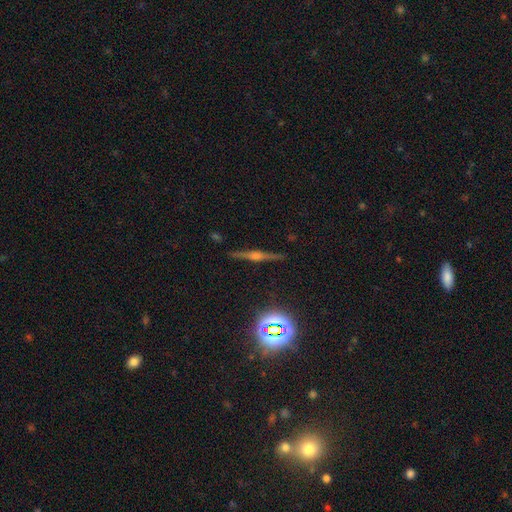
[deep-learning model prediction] Smooth or featured? Predicted: featured or disk (p=0.74). Edge-on disk? Predicted: yes (p=0.97). Edge-on bulge? Predicted: rounded (p=0.78). Merging? Predicted: none (p=0.90).